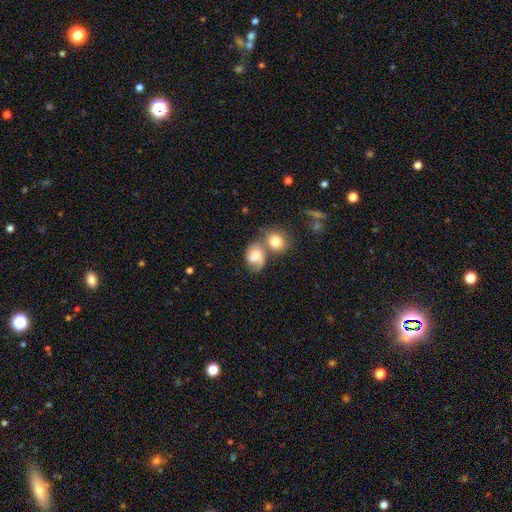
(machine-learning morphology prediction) The model was most divided on "how rounded": in between: 54%, round: 44%, cigar-shaped: 1%. Remaining: smooth or featured — smooth (51%); merging — merger (42%).